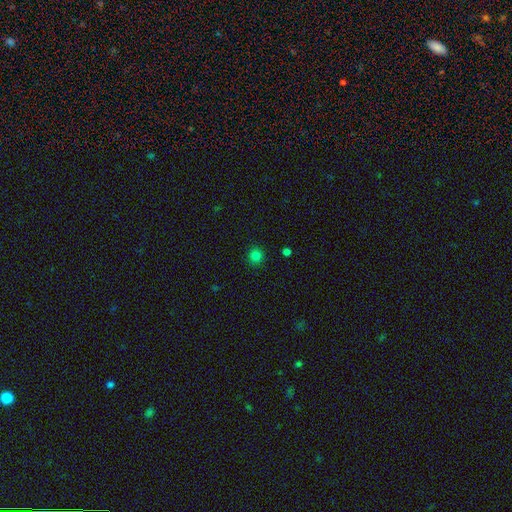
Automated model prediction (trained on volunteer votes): Smooth or featured: smooth — 80% (star or artifact — 16%)
How rounded: round — 93% (in between — 6%)
Merging: none — 92% (minor disturbance — 5%)